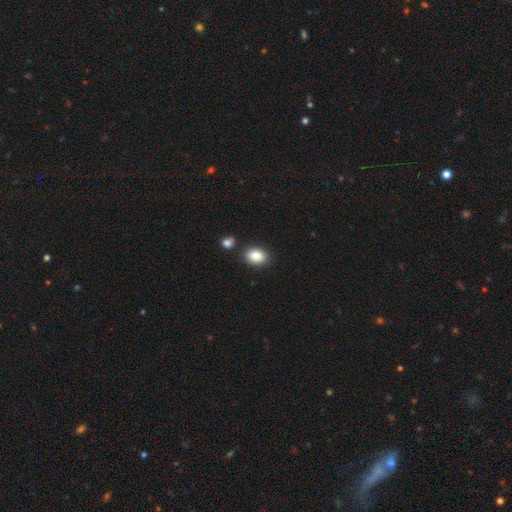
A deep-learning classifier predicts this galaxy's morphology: Overall: smooth (86%). How rounded: in between (73%). Merging: none (81%).